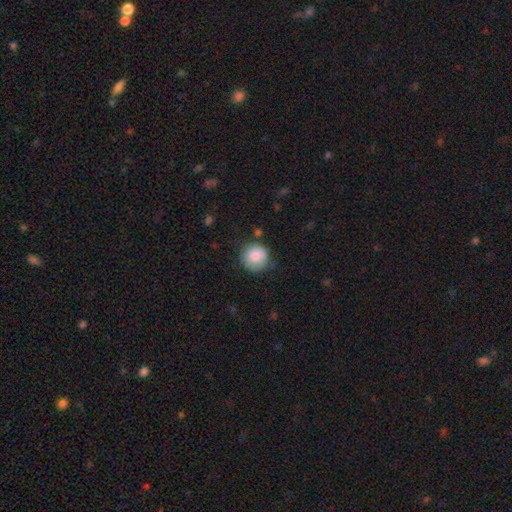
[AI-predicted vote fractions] Smooth or featured: smooth — 85% (star or artifact — 8%)
How rounded: round — 92% (in between — 7%)
Merging: none — 76% (minor disturbance — 17%)